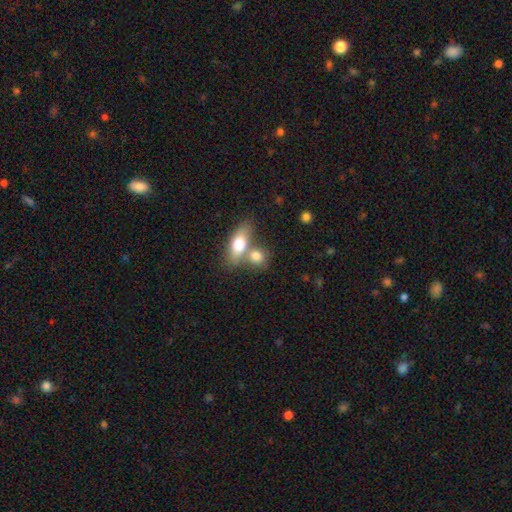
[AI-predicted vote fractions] Morphology: type=smooth (71%); roundness=in between (61%); merging=merger (46%).